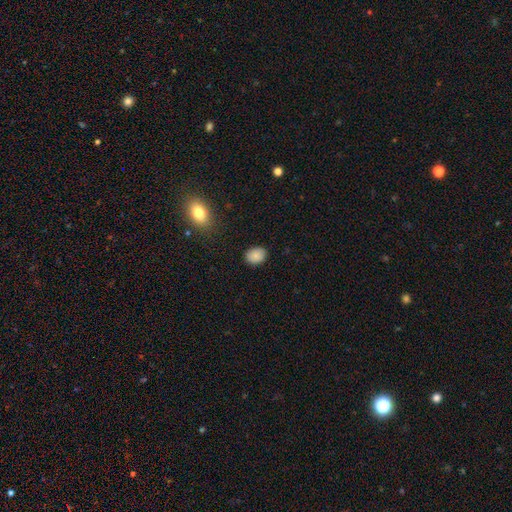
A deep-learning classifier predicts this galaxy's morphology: smooth-or-featured: smooth: 87% | star or artifact: 9% | featured or disk: 4%
  how-rounded: in between: 63% | round: 36% | cigar-shaped: 1%
  merging: none: 85% | minor disturbance: 11% | major disturbance: 3% | merger: 1%